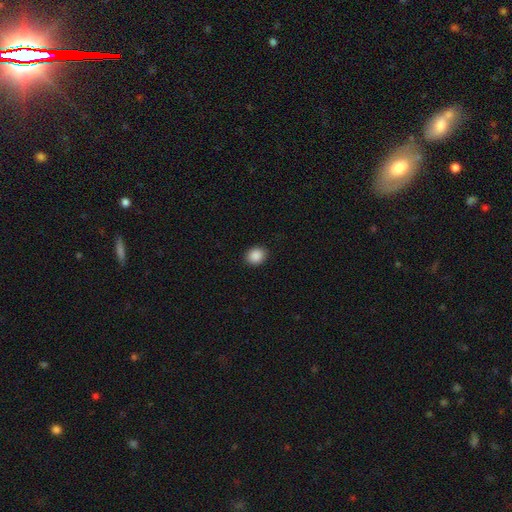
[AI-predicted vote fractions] smooth_or_featured: smooth (p=0.89) [alt: star or artifact p=0.08]
how_rounded: round (p=0.59) [alt: in between p=0.40]
merging: none (p=0.90) [alt: minor disturbance p=0.07]